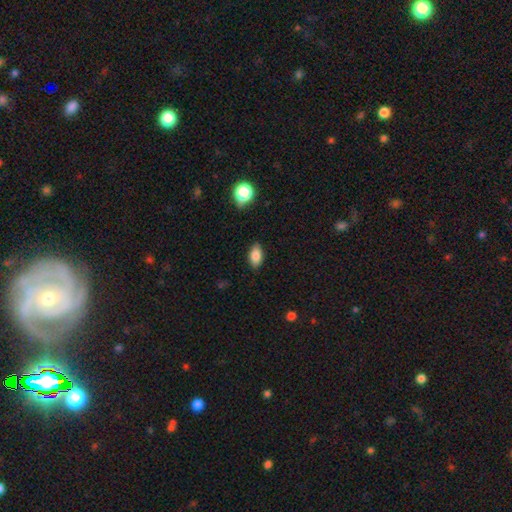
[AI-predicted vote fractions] Smooth or featured? Predicted: smooth (p=0.84). How rounded? Predicted: in between (p=0.90). Merging? Predicted: none (p=0.86).